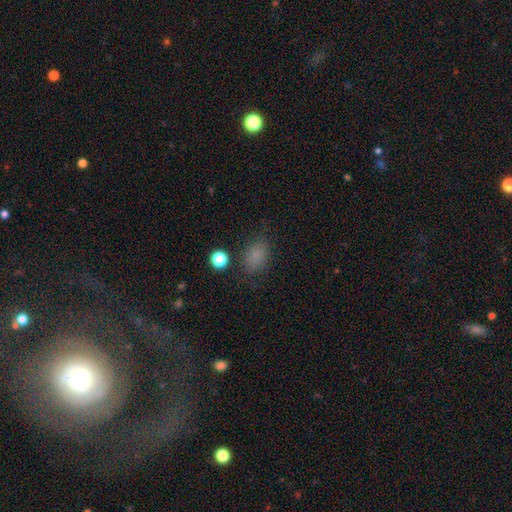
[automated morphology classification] Smooth or featured: smooth — 79% (star or artifact — 15%)
How rounded: in between — 75% (round — 24%)
Merging: none — 78% (minor disturbance — 14%)